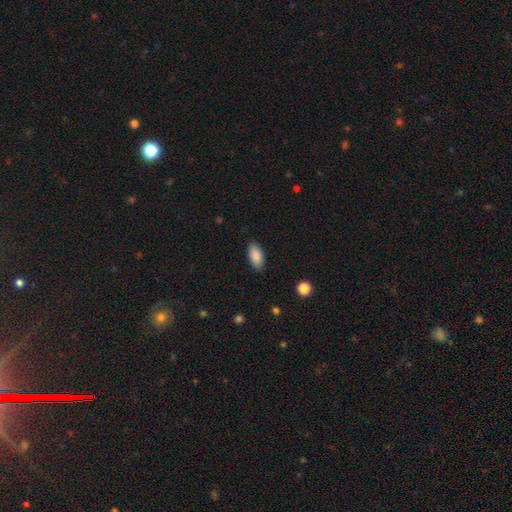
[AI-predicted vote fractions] This appears to be a smooth galaxy with no disk features (88%) that is in between round and cigar-shaped (92%). Merging: none (87%).